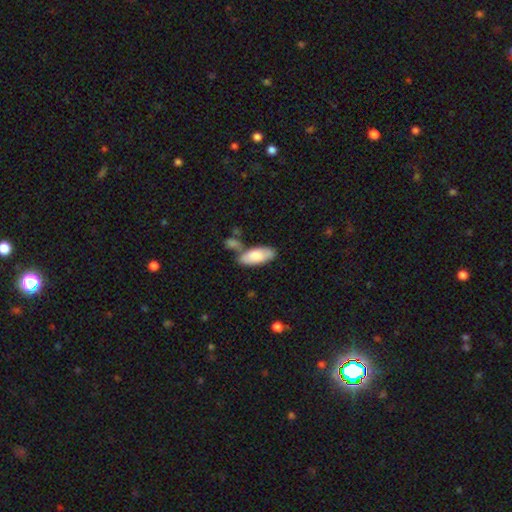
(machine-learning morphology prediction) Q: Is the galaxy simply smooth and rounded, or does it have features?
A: smooth — 78%.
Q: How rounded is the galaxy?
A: in between — 83%.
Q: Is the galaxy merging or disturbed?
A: none — 56%.